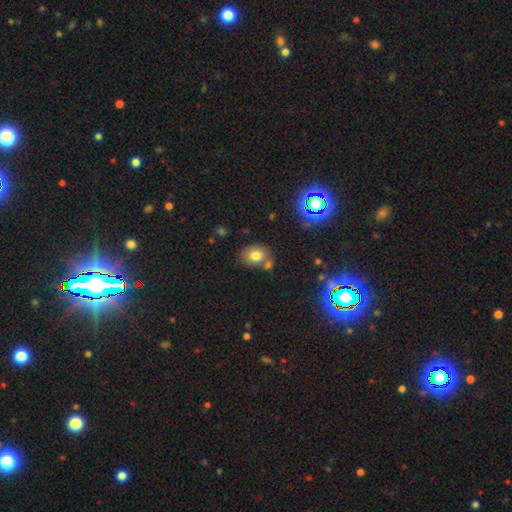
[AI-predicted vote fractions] Smooth or featured: smooth — 75% (star or artifact — 14%)
How rounded: round — 53% (in between — 46%)
Merging: none — 67% (merger — 17%)